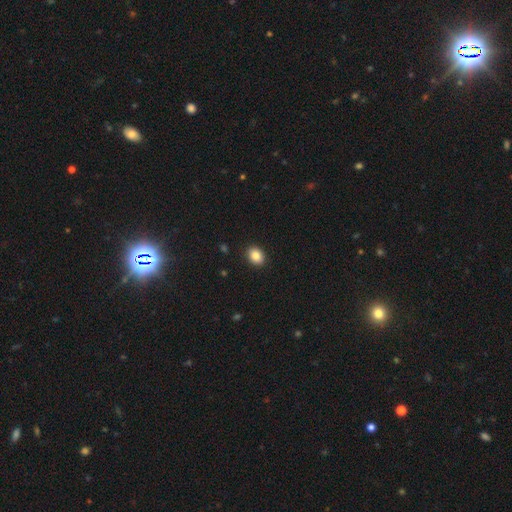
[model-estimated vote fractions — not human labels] Smooth or featured: smooth — 87% (star or artifact — 9%)
How rounded: in between — 62% (round — 37%)
Merging: none — 91% (minor disturbance — 6%)